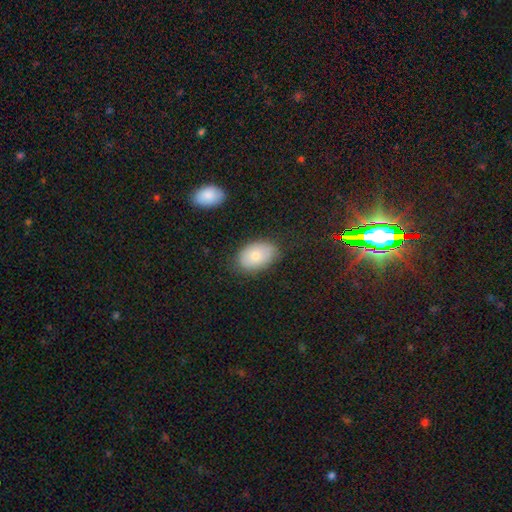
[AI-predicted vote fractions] Smooth or featured?
  - smooth: 76% *
  - featured or disk: 16%
  - star or artifact: 8%
How rounded?
  - in between: 87% *
  - round: 12%
  - cigar-shaped: 1%
Merging?
  - none: 78% *
  - minor disturbance: 16%
  - major disturbance: 4%
  - merger: 2%